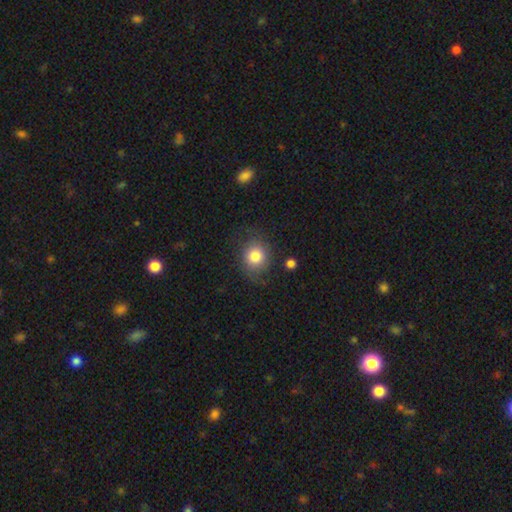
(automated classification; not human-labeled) Smooth or featured?
  - smooth: 81% *
  - featured or disk: 10%
  - star or artifact: 9%
How rounded?
  - round: 76% *
  - in between: 23%
  - cigar-shaped: 1%
Merging?
  - none: 73% *
  - minor disturbance: 17%
  - major disturbance: 7%
  - merger: 3%